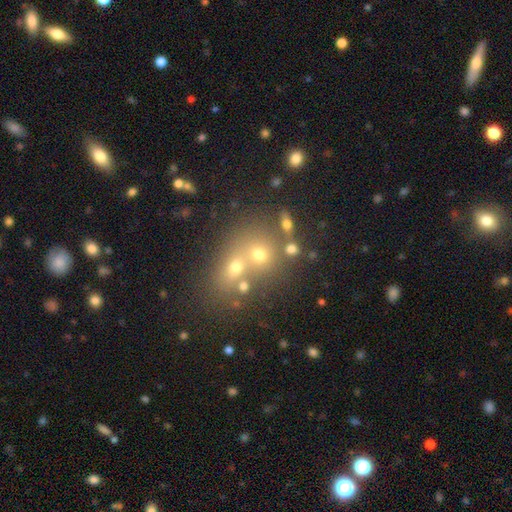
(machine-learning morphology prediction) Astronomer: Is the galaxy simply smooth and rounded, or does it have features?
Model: smooth — 55%.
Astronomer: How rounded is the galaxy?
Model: round — 68%.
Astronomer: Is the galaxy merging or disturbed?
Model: merger — 52% (runner-up: none, 36%).